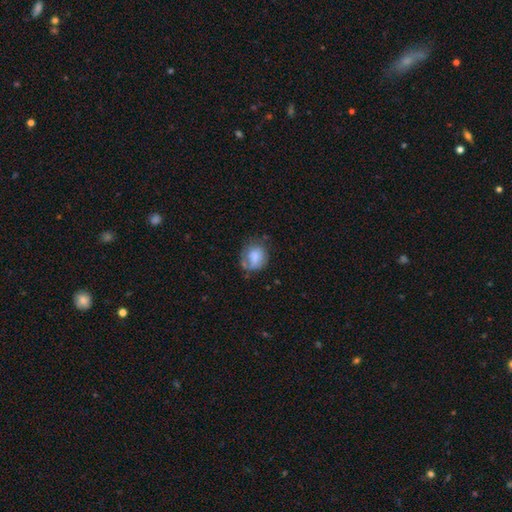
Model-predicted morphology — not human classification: A smooth galaxy with no disk features (71%) that is round (67%).

Vote fractions:
- Smooth or featured? smooth: 71% / featured or disk: 21% / star or artifact: 8%
- How rounded? round: 67% / in between: 32% / cigar-shaped: 1%
- Merging? none: 51% / minor disturbance: 29% / major disturbance: 16% / merger: 4%